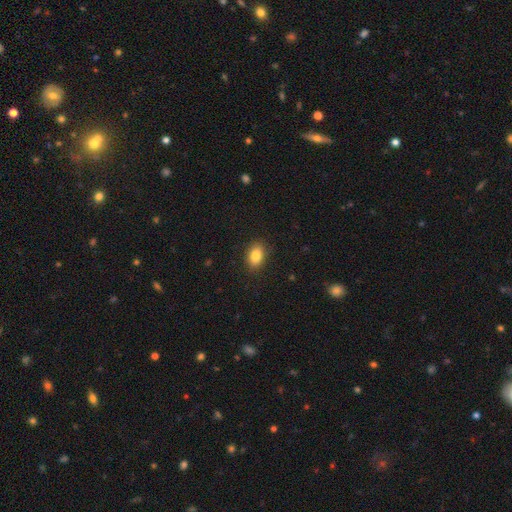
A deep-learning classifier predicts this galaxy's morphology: Smooth or featured: smooth — 84% (star or artifact — 9%)
How rounded: in between — 81% (round — 18%)
Merging: none — 88% (minor disturbance — 9%)